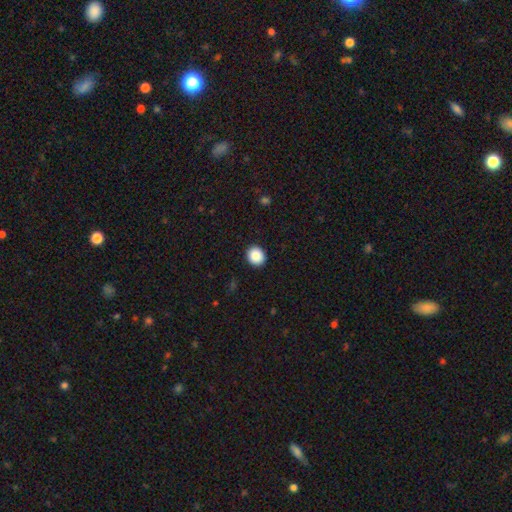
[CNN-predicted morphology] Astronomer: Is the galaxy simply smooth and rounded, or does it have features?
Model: smooth — 86%.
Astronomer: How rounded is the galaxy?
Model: round — 81%.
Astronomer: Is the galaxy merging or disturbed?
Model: none — 92%.